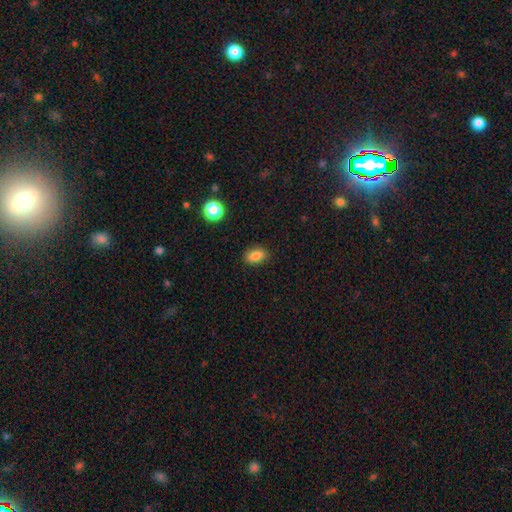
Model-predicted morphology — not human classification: Smooth or featured? smooth (84%)
How rounded? in between (85%)
Merging? none (88%)